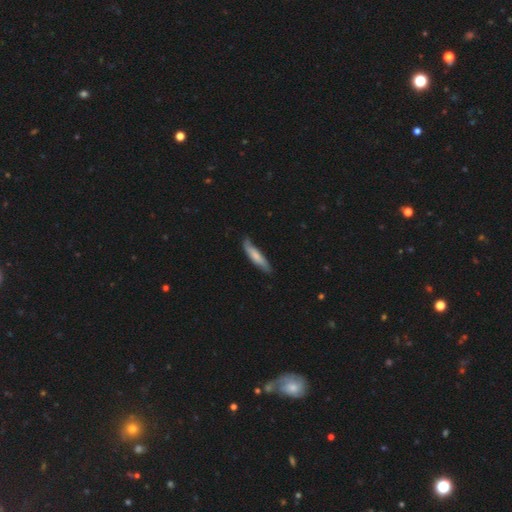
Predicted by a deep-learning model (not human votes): The model was most divided on "smooth or featured": smooth: 67%, featured or disk: 28%, star or artifact: 5%. More confident: how rounded — cigar-shaped (80%); merging — none (75%).